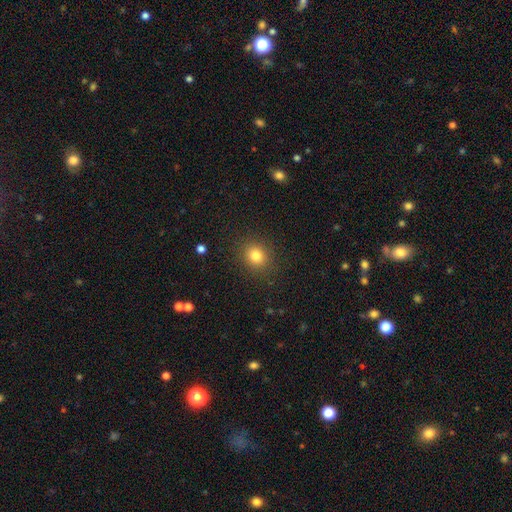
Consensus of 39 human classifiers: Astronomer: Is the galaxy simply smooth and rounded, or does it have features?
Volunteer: smooth — 79%.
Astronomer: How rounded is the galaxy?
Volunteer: round — 74%.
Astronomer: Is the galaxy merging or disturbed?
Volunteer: none — 83%.